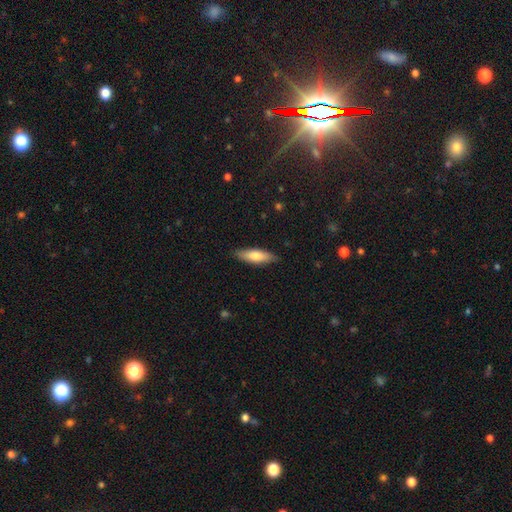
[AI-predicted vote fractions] Smooth or featured?
  - smooth: 73% *
  - featured or disk: 21%
  - star or artifact: 5%
How rounded?
  - cigar-shaped: 58% *
  - in between: 40%
  - round: 2%
Merging?
  - none: 87% *
  - minor disturbance: 10%
  - major disturbance: 2%
  - merger: 1%